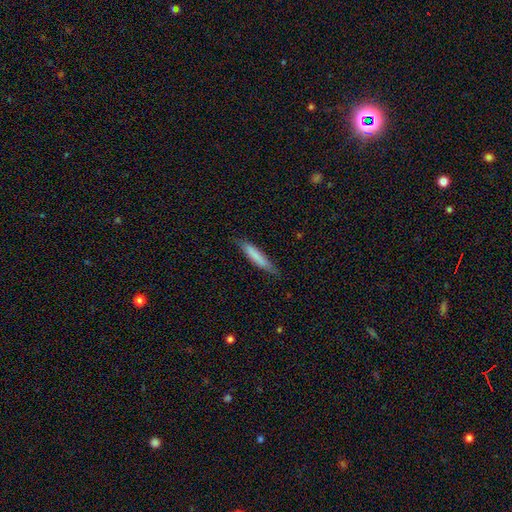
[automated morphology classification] smooth-or-featured: smooth: 76% | featured or disk: 18% | star or artifact: 6%
  how-rounded: cigar-shaped: 89% | in between: 9% | round: 1%
  merging: none: 79% | minor disturbance: 17% | major disturbance: 3% | merger: 1%